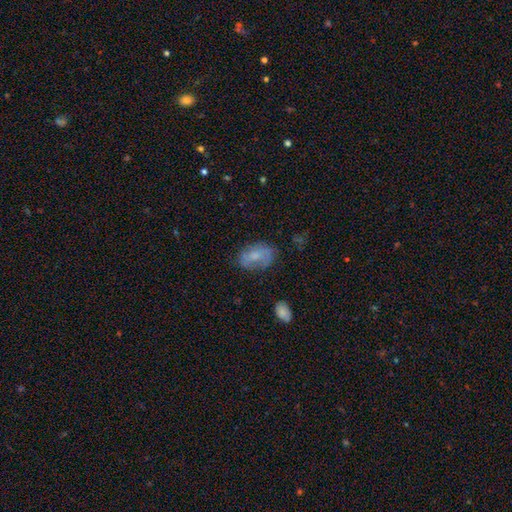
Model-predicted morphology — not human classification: This is likely a smooth galaxy (61%). How rounded: clearly in between (87%). Merging: likely none (61%).